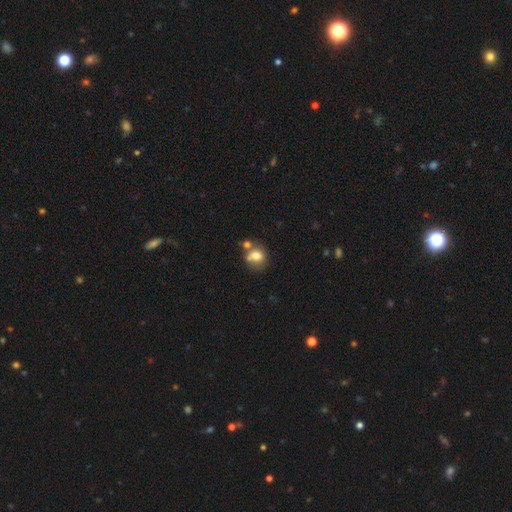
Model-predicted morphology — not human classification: A smooth galaxy with no disk features (74%) that is round (65%). Merging: none (47%).